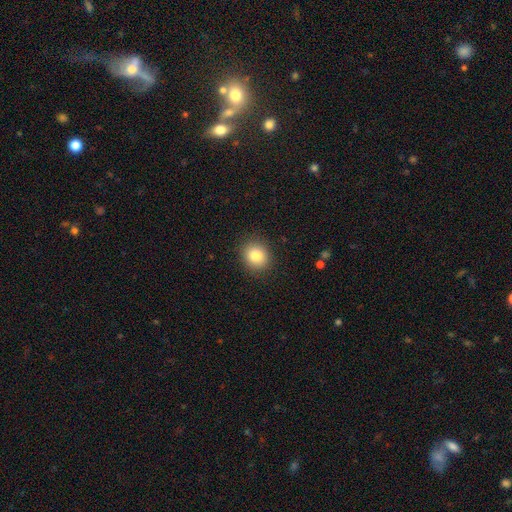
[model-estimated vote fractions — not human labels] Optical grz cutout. It shows a smooth galaxy with no disk features (83%) that is round (75%). Merging: none (89%).